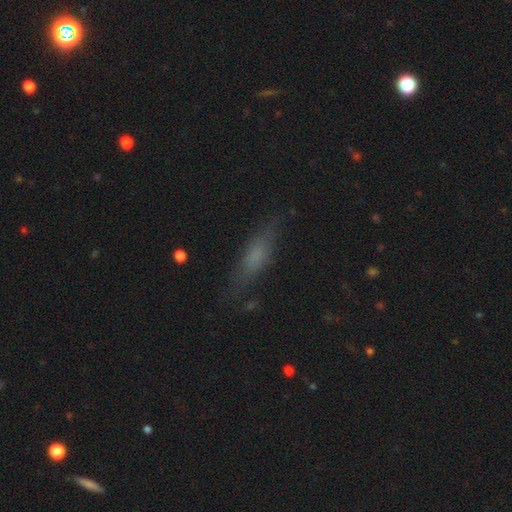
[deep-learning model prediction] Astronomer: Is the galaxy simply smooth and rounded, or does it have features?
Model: smooth — 58%.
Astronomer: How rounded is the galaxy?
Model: cigar-shaped — 62%.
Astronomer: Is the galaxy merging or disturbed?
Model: none — 74%.